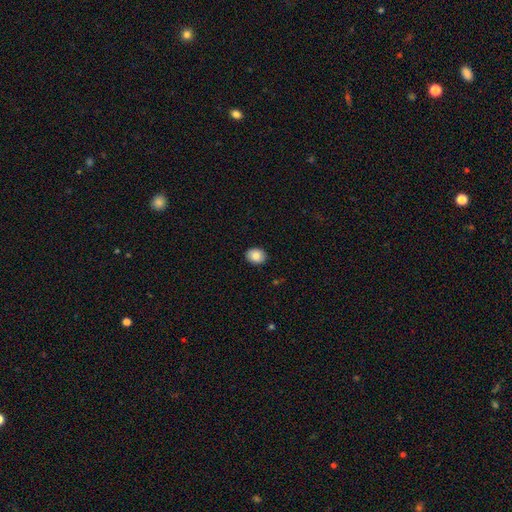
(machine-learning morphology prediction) type=smooth (86%); roundness=in between (58%); merging=none (90%).